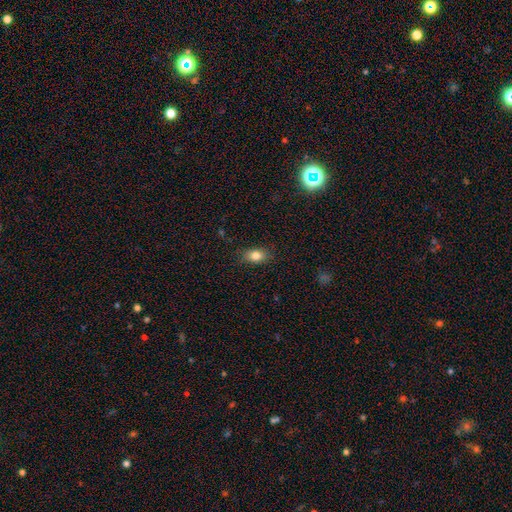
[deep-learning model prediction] Q: Smooth or featured?
A: smooth (83%); runner-up: star or artifact (9%)
Q: How rounded?
A: in between (83%); runner-up: round (14%)
Q: Merging?
A: none (85%); runner-up: minor disturbance (12%)